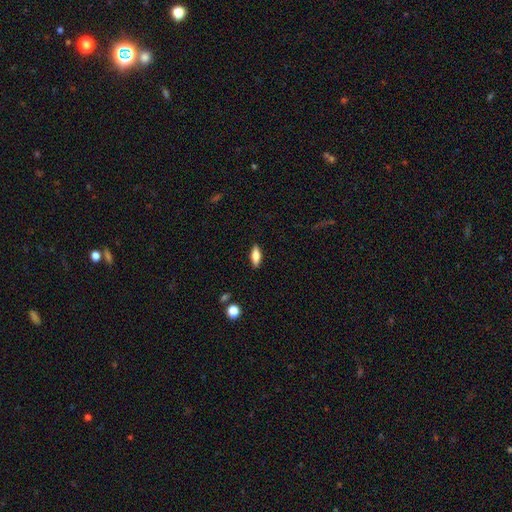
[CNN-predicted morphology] This appears to be a smooth galaxy with no disk features (72%) that is in between round and cigar-shaped (72%). Merging: none (87%).